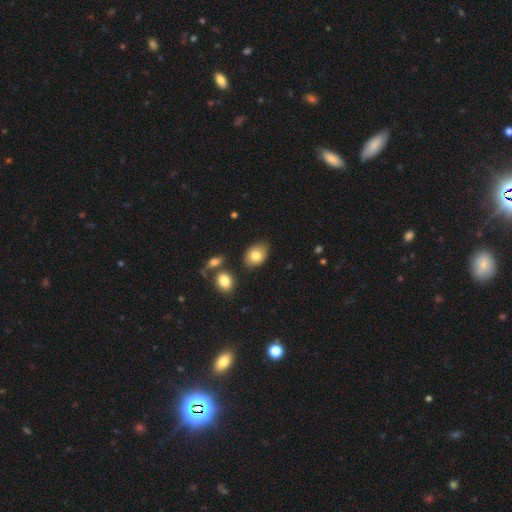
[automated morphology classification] Overall: smooth (81%). How rounded: in between (77%). Merging: none (78%).